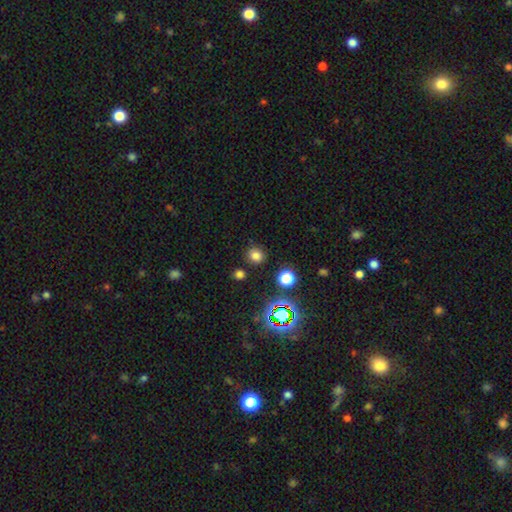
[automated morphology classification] A smooth galaxy with no disk features (75%) that is round (83%). Merging: none (85%).